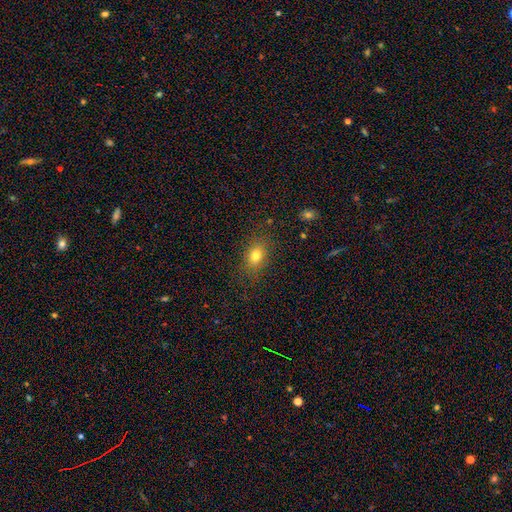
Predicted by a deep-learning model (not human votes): A smooth galaxy with no disk features (77%) that is in between round and cigar-shaped (70%). Merging: none (83%).